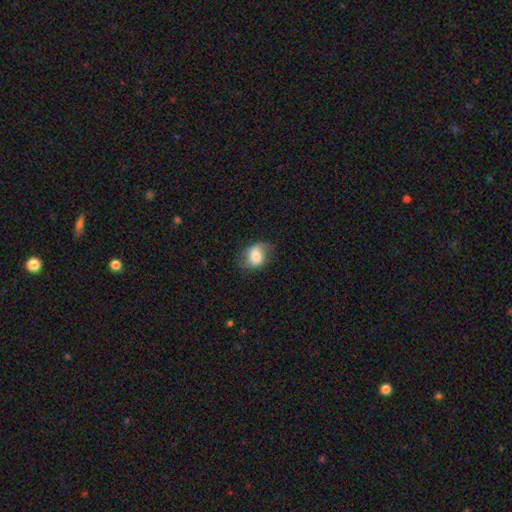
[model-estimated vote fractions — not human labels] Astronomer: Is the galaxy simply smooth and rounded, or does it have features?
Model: smooth — 64%.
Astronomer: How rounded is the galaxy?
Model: in between — 60% (runner-up: round, 39%).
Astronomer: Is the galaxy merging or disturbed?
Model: none — 65%.